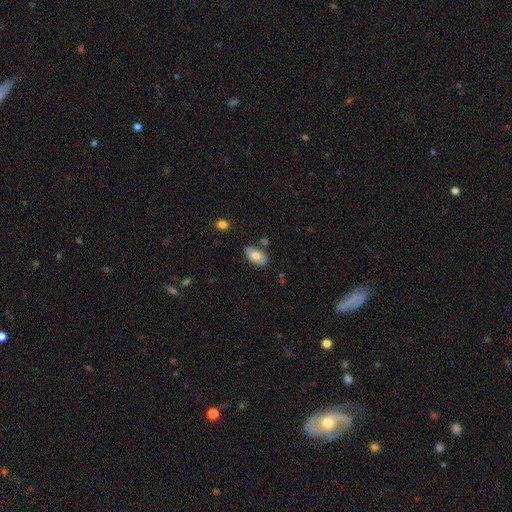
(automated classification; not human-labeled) A smooth galaxy with no disk features (74%) that is in between round and cigar-shaped (93%).

Vote fractions:
- Smooth or featured? smooth: 74% / featured or disk: 19% / star or artifact: 7%
- How rounded? in between: 93% / round: 6% / cigar-shaped: 2%
- Merging? none: 75% / minor disturbance: 16% / merger: 6% / major disturbance: 3%